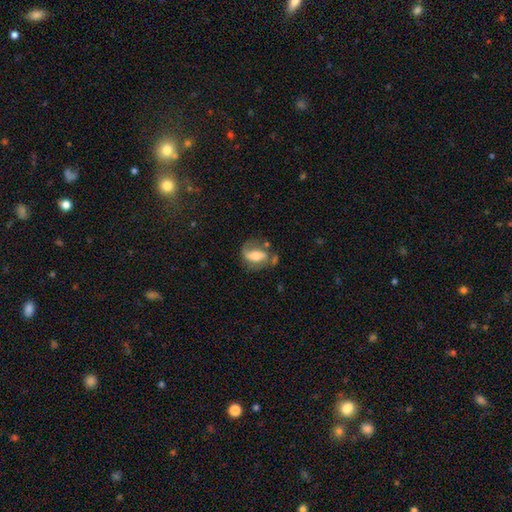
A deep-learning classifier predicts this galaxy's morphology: A featured or disk galaxy (60%) with a strong bar (37%), spiral arms (78%) and a moderate central bulge (58%). Merging: none (52%).